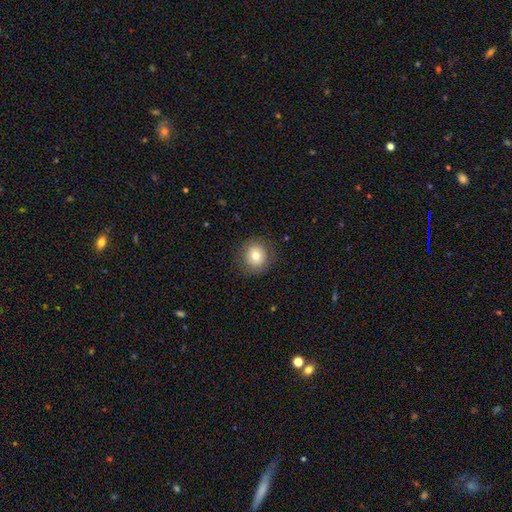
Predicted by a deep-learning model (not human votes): Smooth or featured: smooth — 77% (featured or disk — 12%)
How rounded: round — 88% (in between — 11%)
Merging: none — 87% (minor disturbance — 9%)